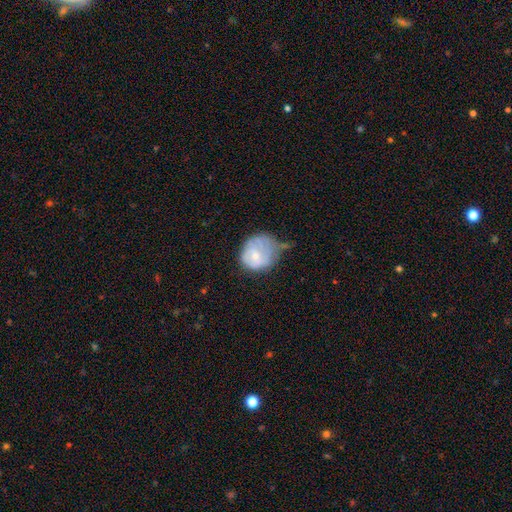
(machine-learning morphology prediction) Smooth or featured?
  - featured or disk: 48% *
  - smooth: 45%
  - star or artifact: 8%
Merging?
  - minor disturbance: 36% *
  - major disturbance: 32%
  - none: 27%
  - merger: 6%